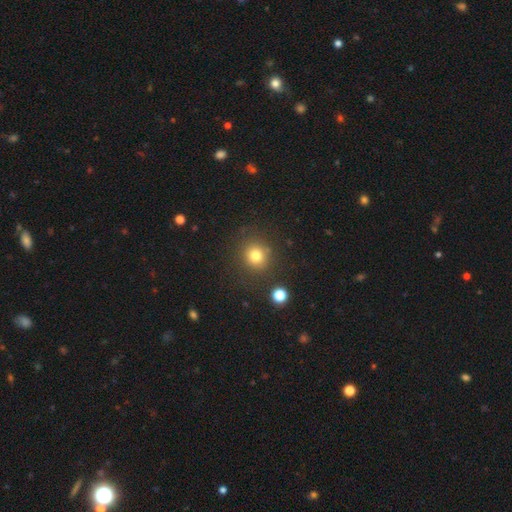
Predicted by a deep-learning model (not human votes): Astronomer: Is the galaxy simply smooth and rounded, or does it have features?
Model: smooth — 79%.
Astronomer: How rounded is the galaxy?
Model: round — 89%.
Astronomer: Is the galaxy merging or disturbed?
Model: none — 83%.